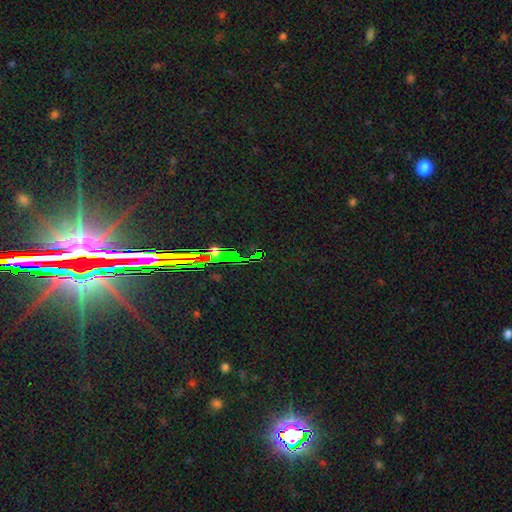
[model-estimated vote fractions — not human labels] Q: Smooth or featured?
A: star or artifact (81%); runner-up: smooth (12%)